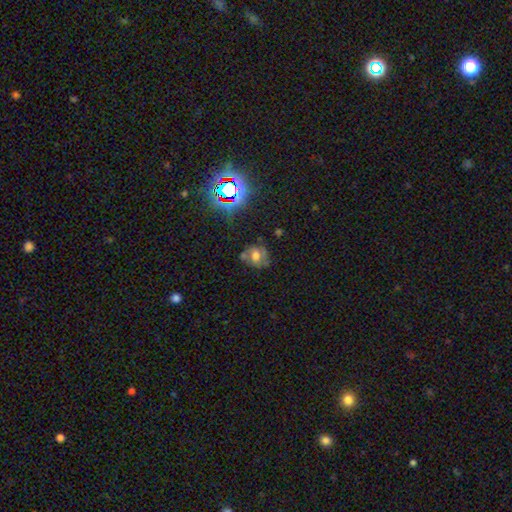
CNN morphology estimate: type=smooth (44%); merging=none (56%).